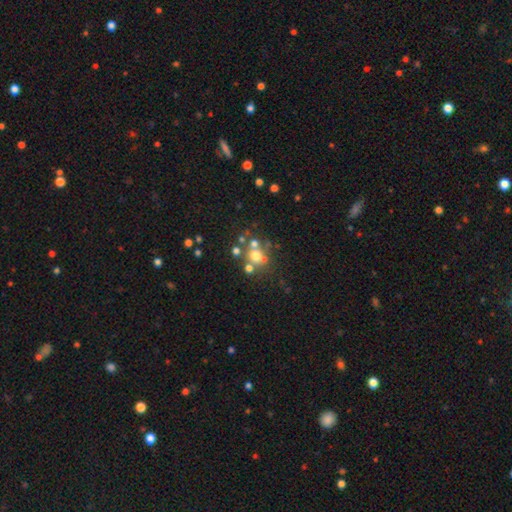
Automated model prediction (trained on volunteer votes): smooth 56%, featured or disk 24%, star or artifact 20%. Down the decision tree: how rounded — round (83%); merging — none (55%).